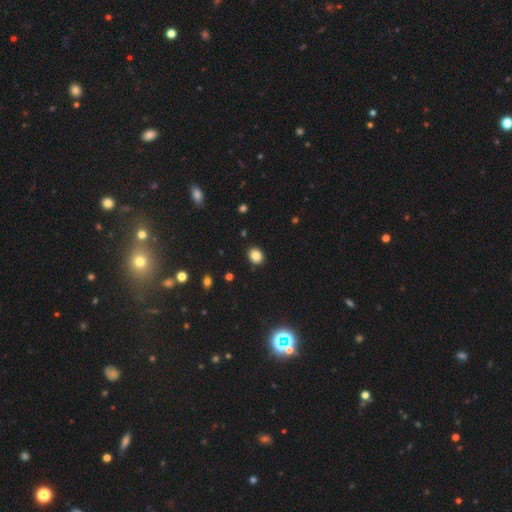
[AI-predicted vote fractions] smooth-or-featured: smooth: 85% | star or artifact: 10% | featured or disk: 5%
  how-rounded: round: 53% | in between: 46% | cigar-shaped: 1%
  merging: none: 89% | minor disturbance: 8% | major disturbance: 2% | merger: 1%